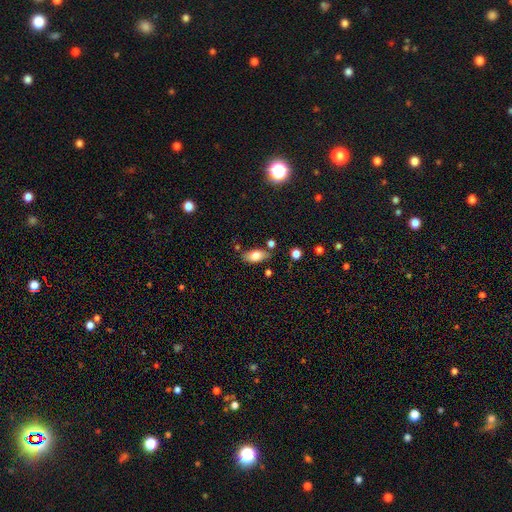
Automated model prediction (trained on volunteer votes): smooth 78%, featured or disk 14%, star or artifact 8%. Down the decision tree: how rounded — in between (89%); merging — none (74%).